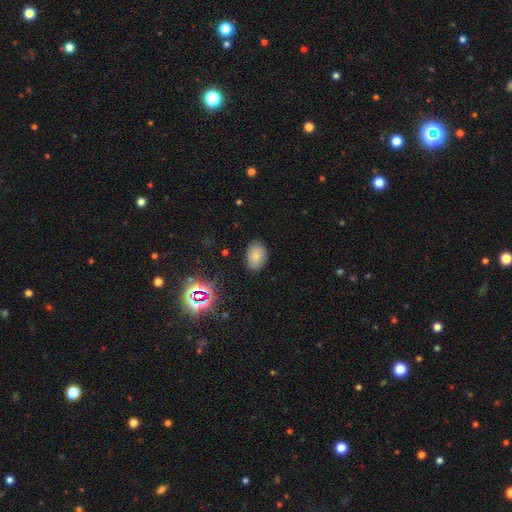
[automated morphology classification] smooth 79%, star or artifact 13%, featured or disk 8%. Down the decision tree: how rounded — in between (80%); merging — none (85%).